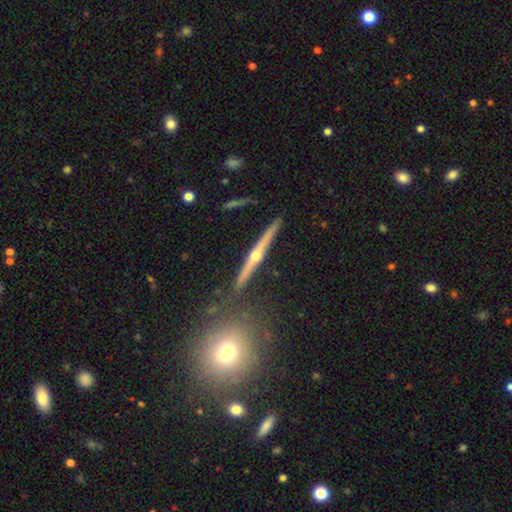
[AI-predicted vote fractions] This is clearly a featured or disk galaxy (81%). It is clearly viewed edge-on (98%). Edge-on bulge: clearly rounded (92%). Merging: clearly none (88%).